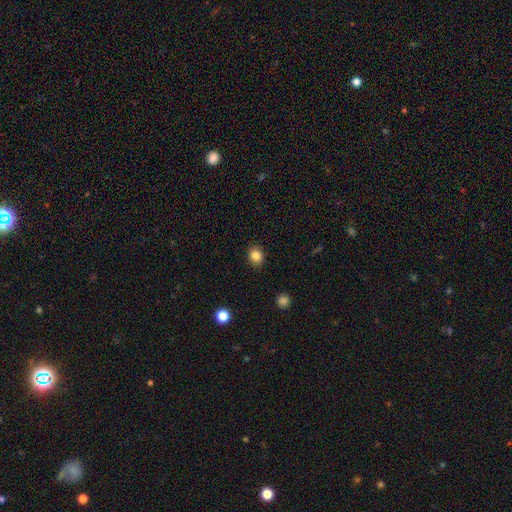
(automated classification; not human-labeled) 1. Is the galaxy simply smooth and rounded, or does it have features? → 85% smooth, 11% star or artifact, 4% featured or disk.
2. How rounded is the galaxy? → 70% round, 29% in between, 1% cigar-shaped.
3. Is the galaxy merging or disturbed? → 88% none, 8% minor disturbance, 2% major disturbance, 1% merger.